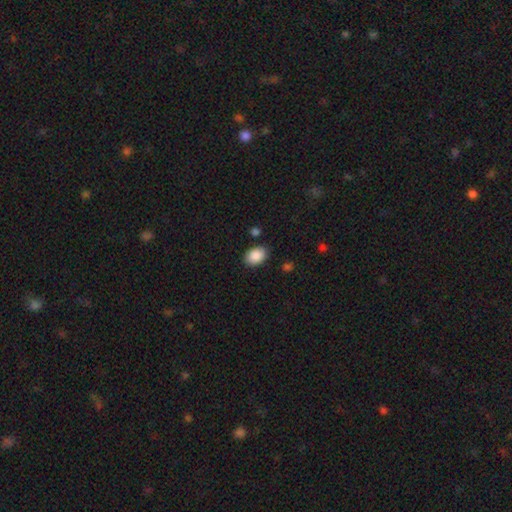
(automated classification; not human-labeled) Smooth or featured? Predicted: smooth (p=0.89). How rounded? Predicted: in between (p=0.81). Merging? Predicted: none (p=0.85).